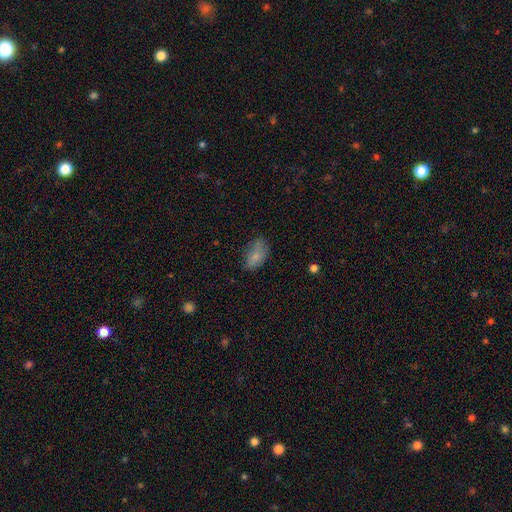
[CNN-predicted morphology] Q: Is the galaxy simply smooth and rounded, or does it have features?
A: smooth — 76%.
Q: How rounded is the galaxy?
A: in between — 91%.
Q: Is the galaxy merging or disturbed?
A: none — 64%.